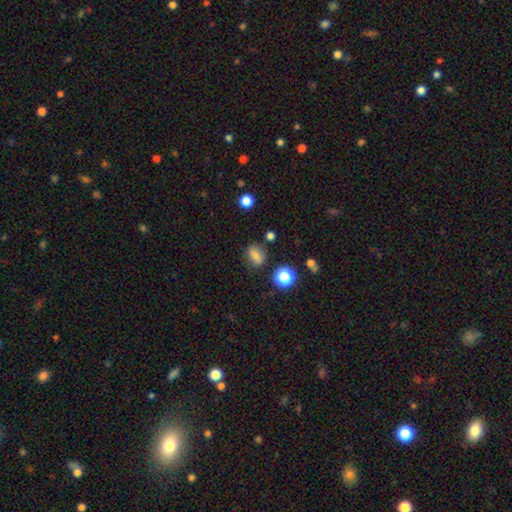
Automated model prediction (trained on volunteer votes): Q: Smooth or featured?
A: smooth (75%); runner-up: star or artifact (15%)
Q: How rounded?
A: in between (54%); runner-up: round (44%)
Q: Merging?
A: none (74%); runner-up: minor disturbance (17%)